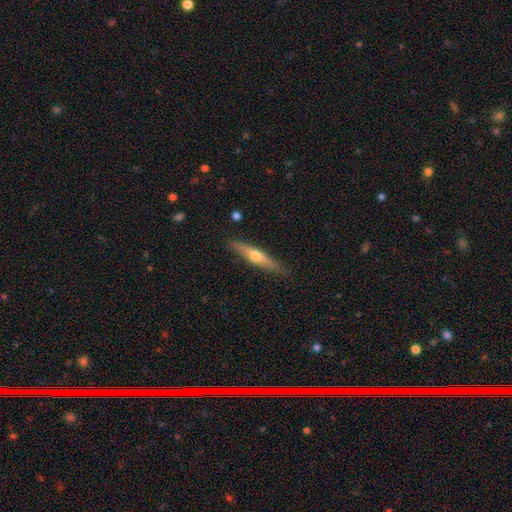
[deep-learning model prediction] Smooth or featured? featured or disk (58%)
Edge-on disk? yes (94%)
Edge-on bulge? rounded (88%)
Merging? none (87%)